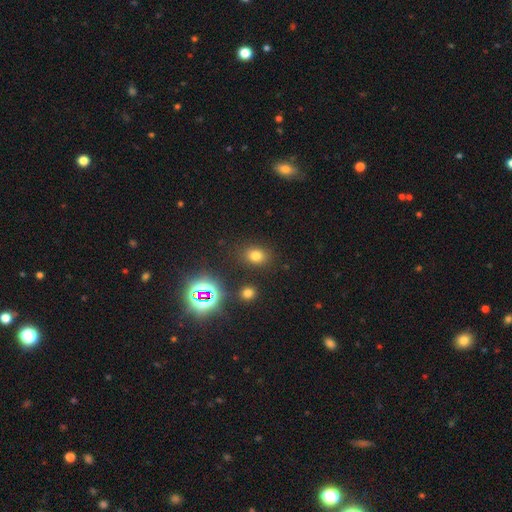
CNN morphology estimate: Smooth or featured? Predicted: smooth (p=0.71). How rounded? Predicted: in between (p=0.59). Merging? Predicted: none (p=0.84).